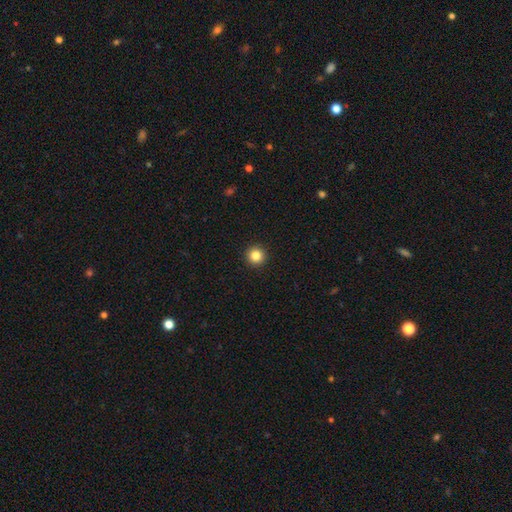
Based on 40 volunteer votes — smooth_or_featured: smooth (p=0.85) [alt: featured or disk p=0.07]
how_rounded: round (p=0.97) [alt: in between p=0.03]
merging: none (p=0.92) [alt: minor disturbance p=0.08]